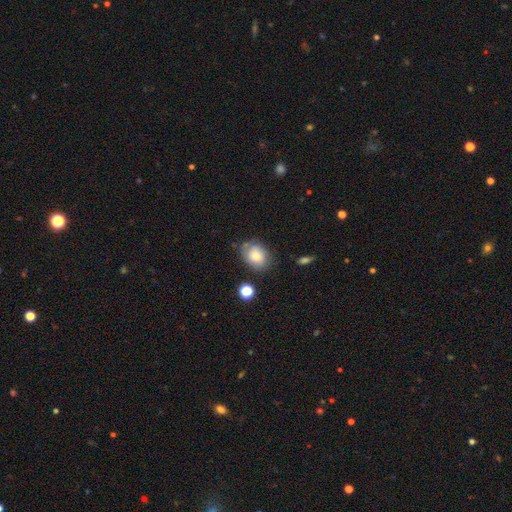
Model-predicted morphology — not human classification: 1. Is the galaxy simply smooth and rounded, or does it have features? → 74% smooth, 17% featured or disk, 9% star or artifact.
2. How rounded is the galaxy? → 54% in between, 45% round, 1% cigar-shaped.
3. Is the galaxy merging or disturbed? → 70% none, 20% minor disturbance, 5% major disturbance, 4% merger.